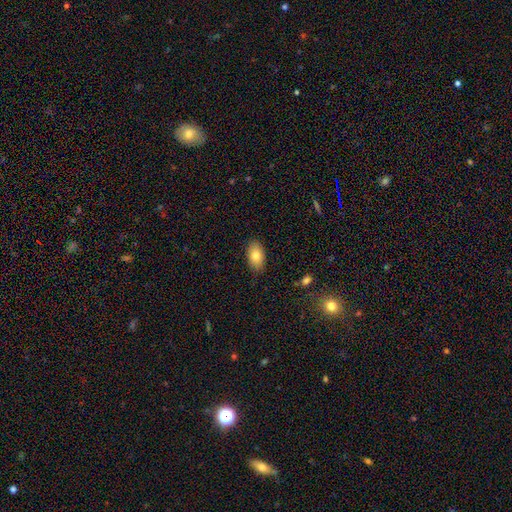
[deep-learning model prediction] smooth-or-featured: smooth: 80% | featured or disk: 12% | star or artifact: 8%
  how-rounded: in between: 93% | round: 6% | cigar-shaped: 2%
  merging: none: 86% | minor disturbance: 11% | major disturbance: 2% | merger: 1%